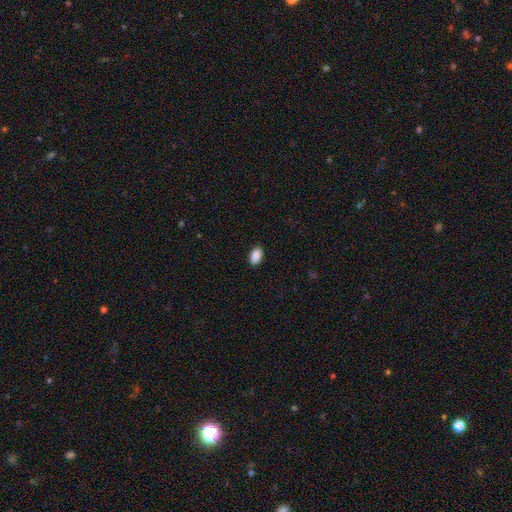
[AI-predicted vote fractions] Smooth or featured: smooth — 90% (star or artifact — 7%)
How rounded: in between — 92% (round — 6%)
Merging: none — 88% (minor disturbance — 9%)